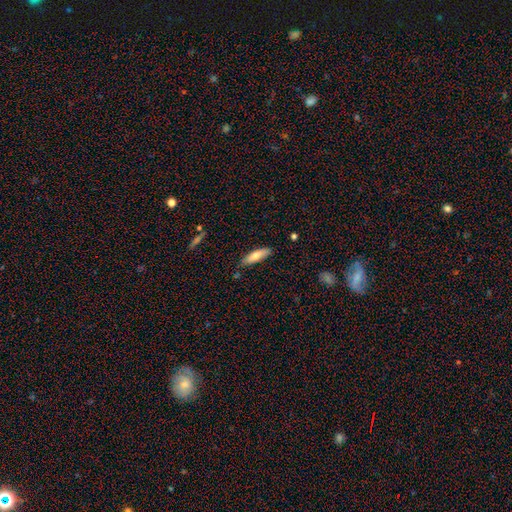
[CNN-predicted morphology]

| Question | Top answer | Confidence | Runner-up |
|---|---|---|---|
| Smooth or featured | smooth | 75% | featured or disk (19%) |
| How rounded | cigar-shaped | 59% | in between (40%) |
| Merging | none | 83% | minor disturbance (12%) |